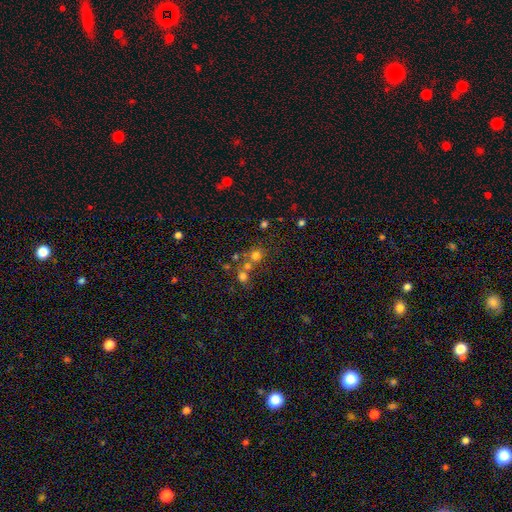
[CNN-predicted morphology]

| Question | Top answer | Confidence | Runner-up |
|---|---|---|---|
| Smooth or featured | smooth | 65% | star or artifact (22%) |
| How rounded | round | 85% | in between (14%) |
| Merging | none | 51% | merger (36%) |